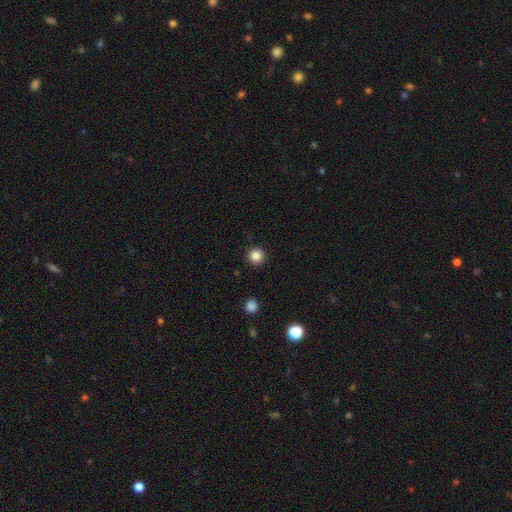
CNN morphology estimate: Smooth or featured: smooth — 86% (star or artifact — 11%)
How rounded: round — 96% (in between — 3%)
Merging: none — 92% (minor disturbance — 5%)